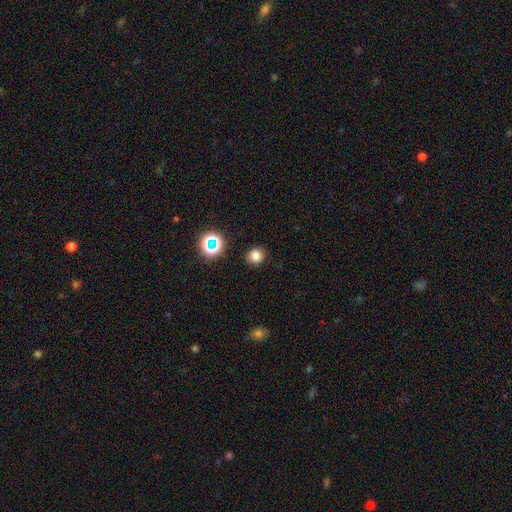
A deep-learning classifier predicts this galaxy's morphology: smooth 77%, star or artifact 17%, featured or disk 6%. Down the decision tree: how rounded — round (88%); merging — none (89%).